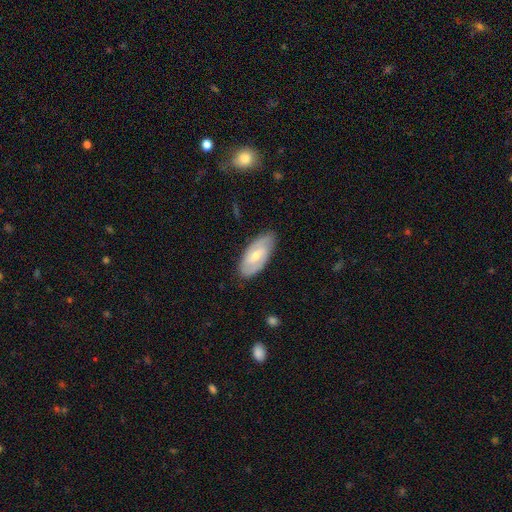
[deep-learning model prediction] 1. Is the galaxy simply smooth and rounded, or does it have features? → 53% featured or disk, 41% smooth, 5% star or artifact.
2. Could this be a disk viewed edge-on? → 90% no, 10% yes.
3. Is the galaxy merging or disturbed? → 82% none, 15% minor disturbance, 3% major disturbance, 1% merger.